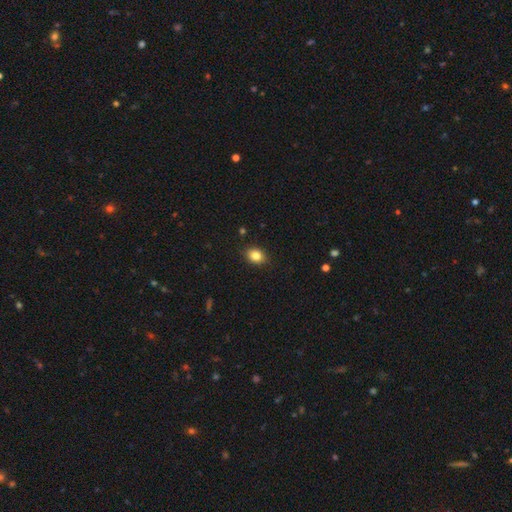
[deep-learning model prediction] Morphology: type=smooth (84%); roundness=in between (61%); merging=none (87%).